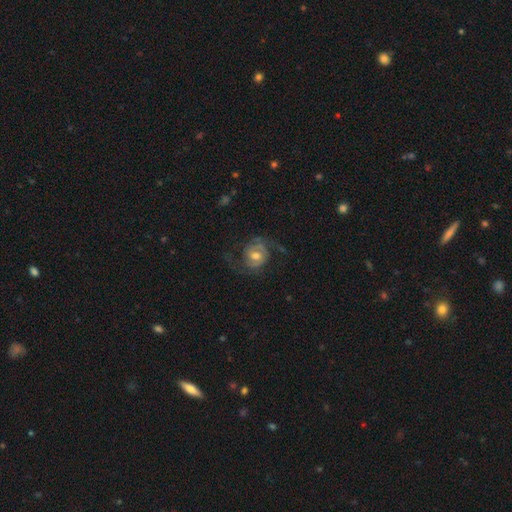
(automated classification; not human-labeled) Smooth or featured? Predicted: featured or disk (p=0.77). Edge-on disk? Predicted: no (p=0.97). Bar? Predicted: no (p=0.53). Spiral arms? Predicted: yes (p=0.92). Spiral winding? Predicted: medium (p=0.46). Spiral arm count? Predicted: 2 (p=0.84). Bulge size? Predicted: moderate (p=0.69). Merging? Predicted: none (p=0.64).